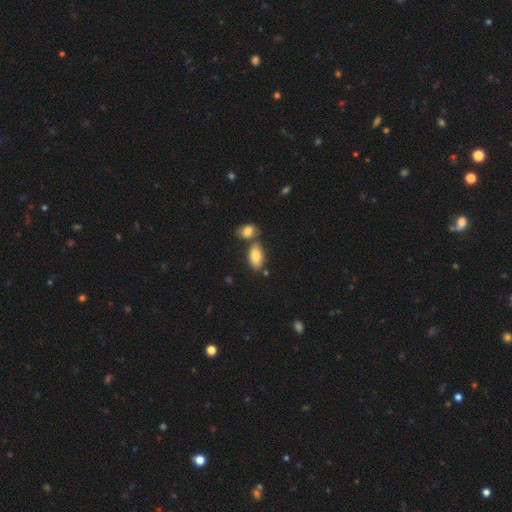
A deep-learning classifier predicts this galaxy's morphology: A smooth galaxy with no disk features (82%) that is in between round and cigar-shaped (93%).

Vote fractions:
- Smooth or featured? smooth: 82% / featured or disk: 11% / star or artifact: 7%
- How rounded? in between: 93% / round: 4% / cigar-shaped: 3%
- Merging? none: 59% / merger: 27% / minor disturbance: 11% / major disturbance: 3%